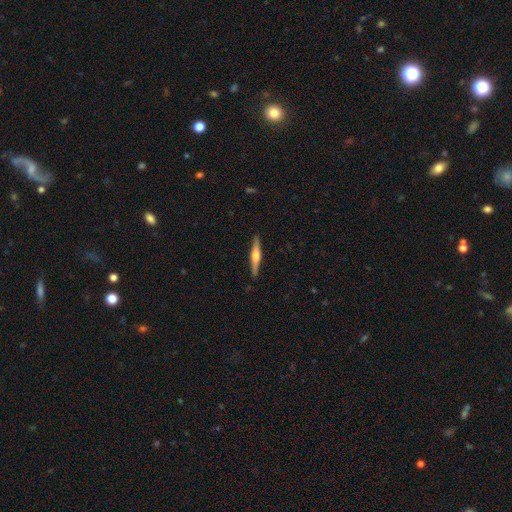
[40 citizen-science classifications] Smooth or featured: featured or disk — 68% (smooth — 30%)
Edge-on disk: yes — 96% (no — 4%)
Edge-on bulge: rounded — 77% (boxy — 19%)
Merging: none — 95% (minor disturbance — 5%)